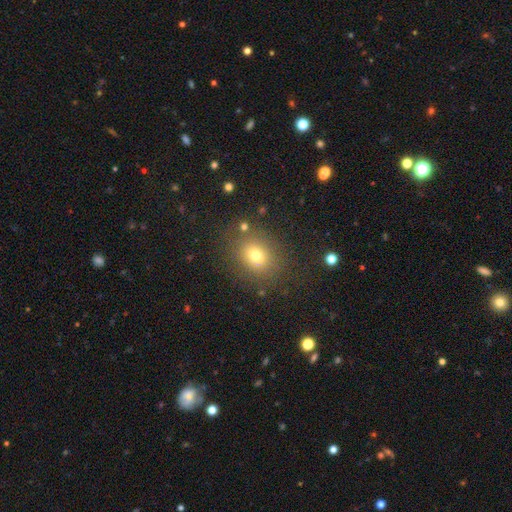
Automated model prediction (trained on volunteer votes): A smooth galaxy with no disk features (72%) that is round (56%). Merging: none (82%).